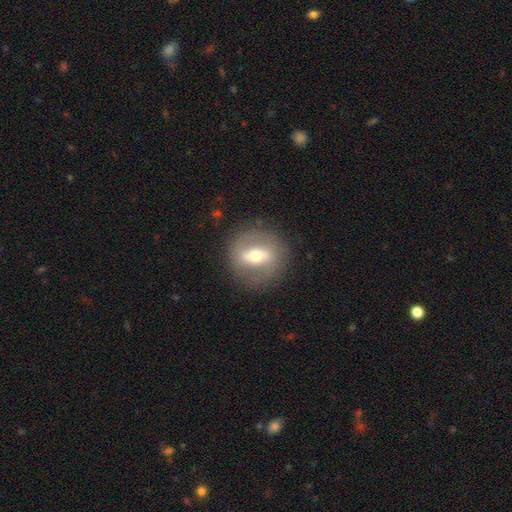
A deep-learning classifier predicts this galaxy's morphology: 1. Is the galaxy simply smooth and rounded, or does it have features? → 62% featured or disk, 31% smooth, 7% star or artifact.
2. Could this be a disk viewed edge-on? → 80% no, 20% yes.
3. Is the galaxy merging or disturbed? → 85% none, 9% minor disturbance, 5% major disturbance, 1% merger.